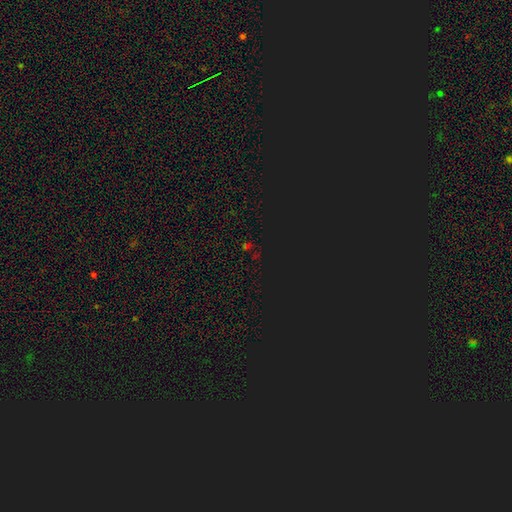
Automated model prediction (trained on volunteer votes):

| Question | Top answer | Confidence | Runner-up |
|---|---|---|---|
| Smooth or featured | star or artifact | 72% | smooth (20%) |